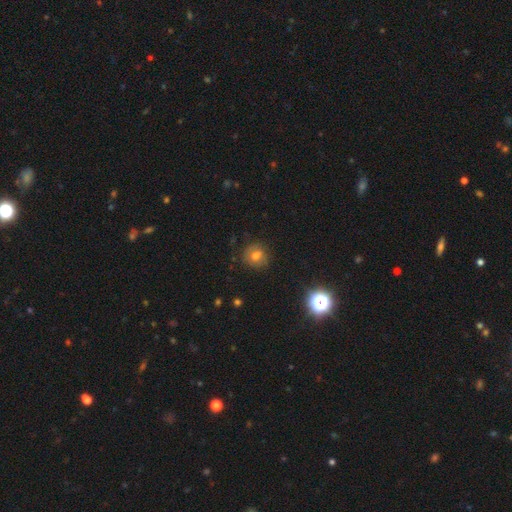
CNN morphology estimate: Q: Smooth or featured?
A: smooth (68%); runner-up: star or artifact (17%)
Q: How rounded?
A: round (85%); runner-up: in between (14%)
Q: Merging?
A: none (80%); runner-up: minor disturbance (14%)